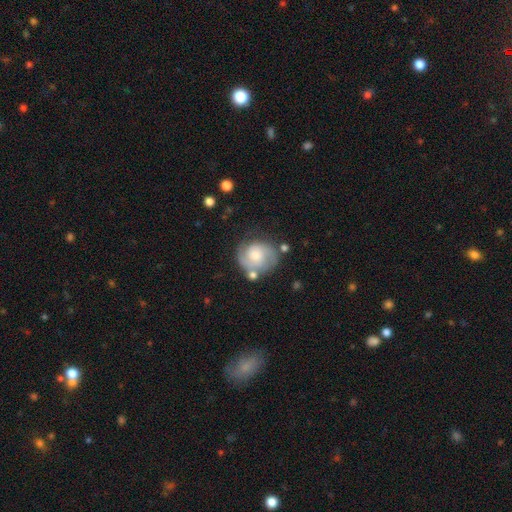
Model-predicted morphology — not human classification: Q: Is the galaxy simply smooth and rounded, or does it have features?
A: featured or disk — 66%.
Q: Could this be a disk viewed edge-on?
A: no — 98%.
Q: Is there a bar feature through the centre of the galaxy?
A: no — 65%.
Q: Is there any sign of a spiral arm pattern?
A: yes — 91%.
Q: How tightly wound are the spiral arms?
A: tight — 44%.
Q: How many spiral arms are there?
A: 2 — 71%.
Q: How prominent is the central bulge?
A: small — 44%.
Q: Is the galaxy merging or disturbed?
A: none — 64%.